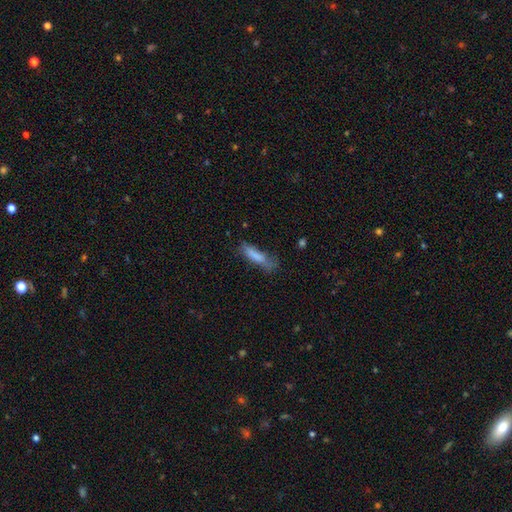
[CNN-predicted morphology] The model was most divided on "merging": none: 54%, minor disturbance: 30%, major disturbance: 14%, merger: 3%. More confident: smooth or featured — smooth (77%); how rounded — cigar-shaped (69%).